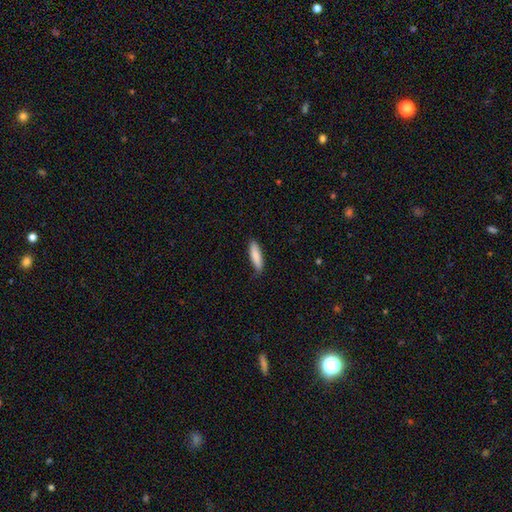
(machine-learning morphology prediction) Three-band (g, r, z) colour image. It shows a smooth galaxy with no disk features (86%) that is cigar-shaped (66%). Merging: none (73%).